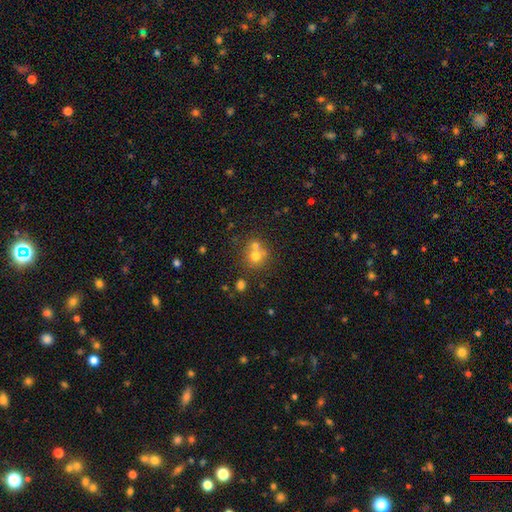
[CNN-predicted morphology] smooth 65%, featured or disk 19%, star or artifact 16%. Down the decision tree: how rounded — round (83%); merging — none (46%).